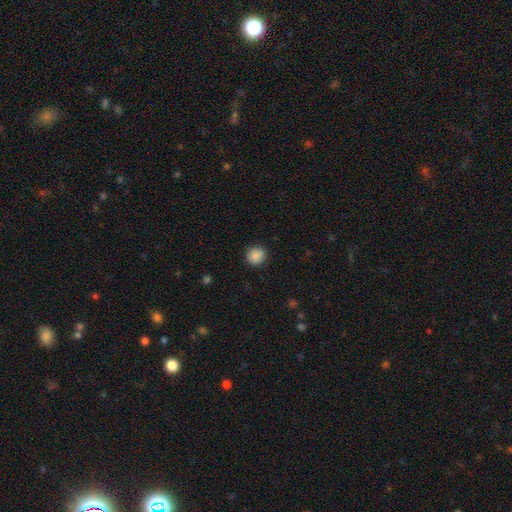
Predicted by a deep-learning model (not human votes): A smooth galaxy with no disk features (87%) that is round (88%).

Vote fractions:
- Smooth or featured? smooth: 87% / star or artifact: 9% / featured or disk: 4%
- How rounded? round: 88% / in between: 11% / cigar-shaped: 1%
- Merging? none: 84% / minor disturbance: 11% / major disturbance: 3% / merger: 2%